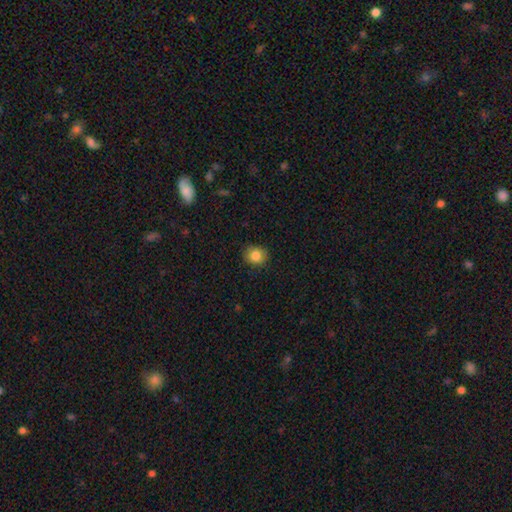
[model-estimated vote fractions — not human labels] Smooth or featured?
  - smooth: 84% *
  - star or artifact: 10%
  - featured or disk: 6%
How rounded?
  - round: 77% *
  - in between: 22%
  - cigar-shaped: 1%
Merging?
  - none: 88% *
  - minor disturbance: 9%
  - major disturbance: 2%
  - merger: 1%